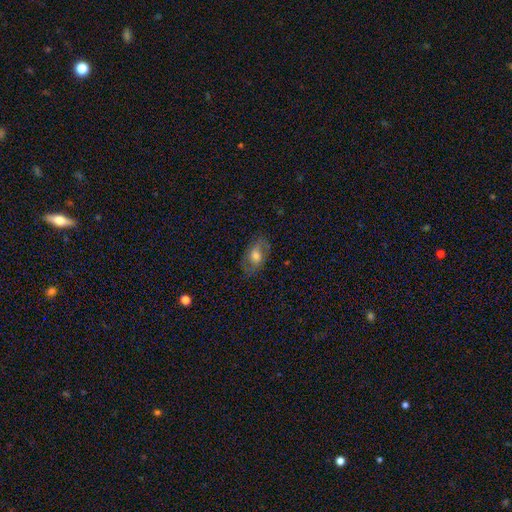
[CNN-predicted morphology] Overall: smooth (47%; featured or disk 45%). Merging: none (79%).